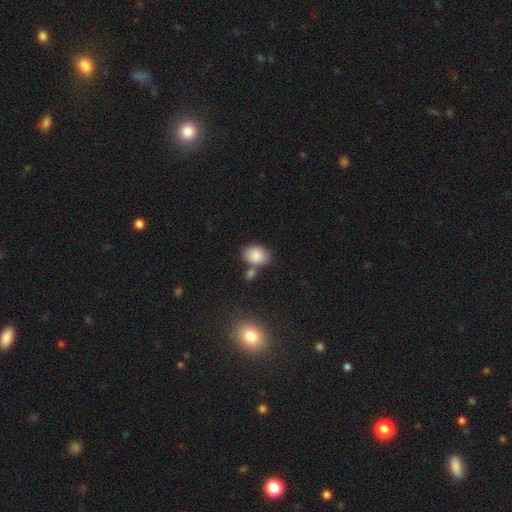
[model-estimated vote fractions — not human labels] A smooth galaxy with no disk features (86%) that is in between round and cigar-shaped (73%). Merging: none (58%).